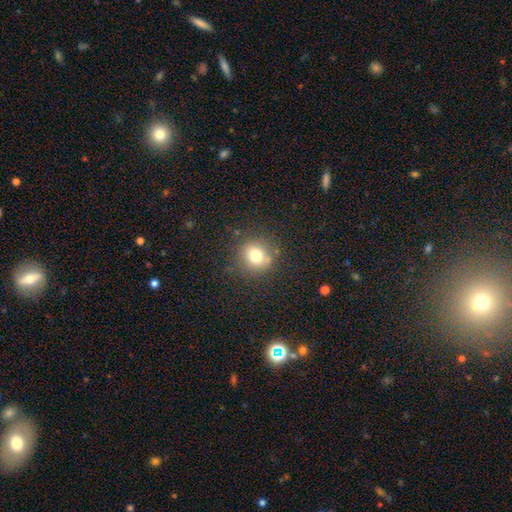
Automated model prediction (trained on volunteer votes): smooth 75%, star or artifact 15%, featured or disk 10%. Down the decision tree: how rounded — round (87%); merging — none (81%).